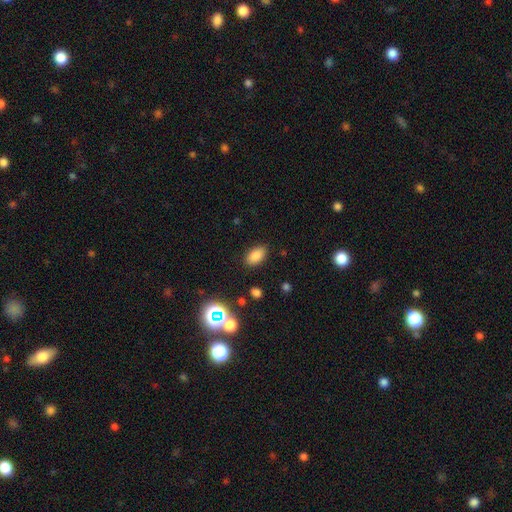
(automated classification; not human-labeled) A smooth galaxy with no disk features (82%) that is in between round and cigar-shaped (91%). Merging: none (86%).